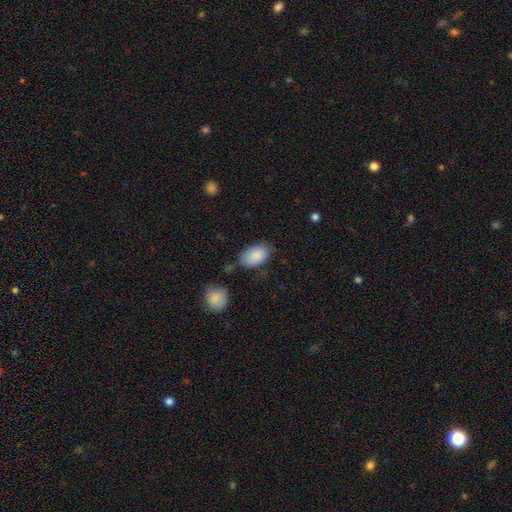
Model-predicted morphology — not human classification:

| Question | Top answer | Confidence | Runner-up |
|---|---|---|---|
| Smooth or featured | smooth | 88% | star or artifact (6%) |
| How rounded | in between | 93% | round (5%) |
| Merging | none | 71% | minor disturbance (20%) |